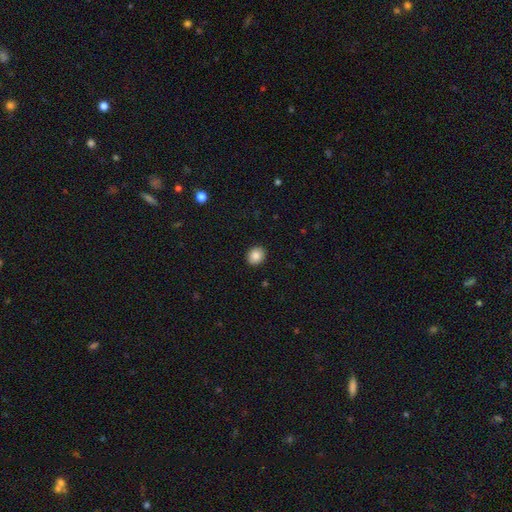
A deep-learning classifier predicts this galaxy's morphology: This appears to be a smooth galaxy with no disk features (87%) that is round (69%). Merging: none (91%).